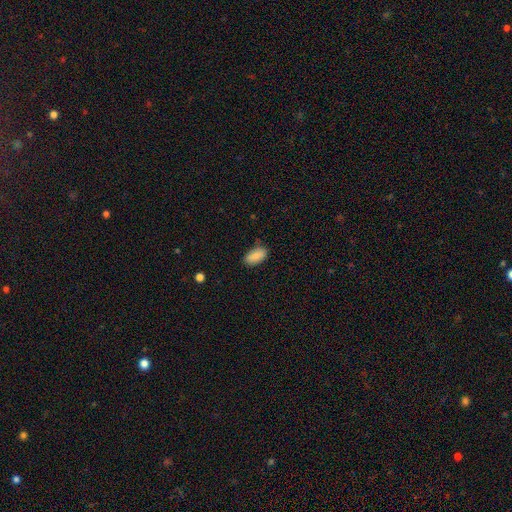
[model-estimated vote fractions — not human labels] This appears to be a smooth galaxy with no disk features (88%) that is in between round and cigar-shaped (92%). Merging: none (81%).